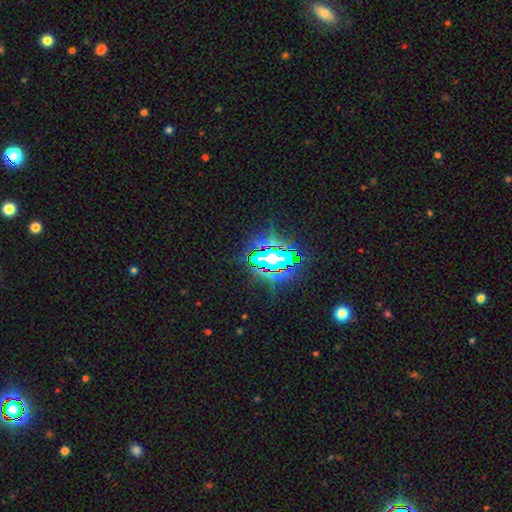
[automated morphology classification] smooth_or_featured: star or artifact (p=0.83) [alt: smooth p=0.10]